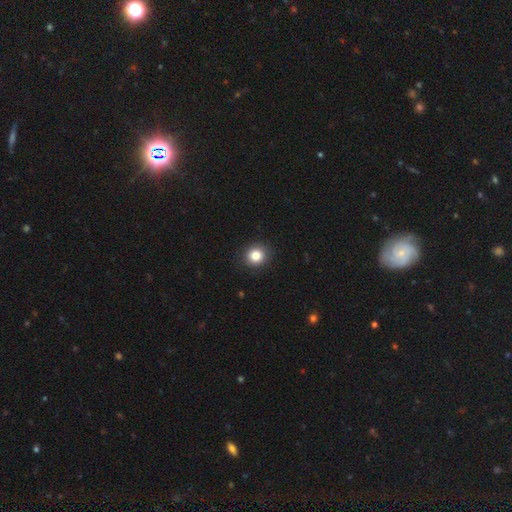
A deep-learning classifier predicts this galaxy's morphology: smooth 84%, star or artifact 10%, featured or disk 5%. Down the decision tree: how rounded — round (88%); merging — none (91%).